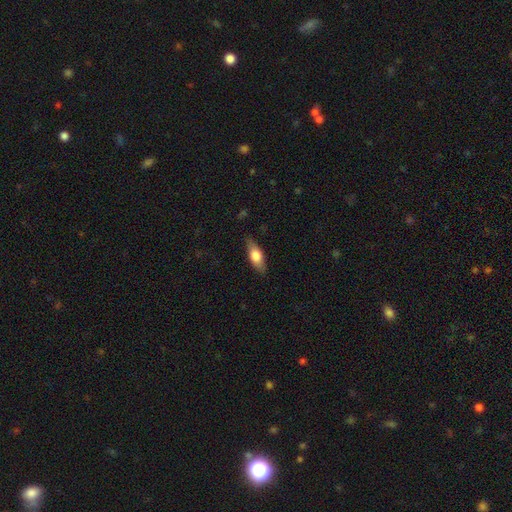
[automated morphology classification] This appears to be a smooth galaxy with no disk features (63%) that is in between round and cigar-shaped (71%). Merging: none (83%).